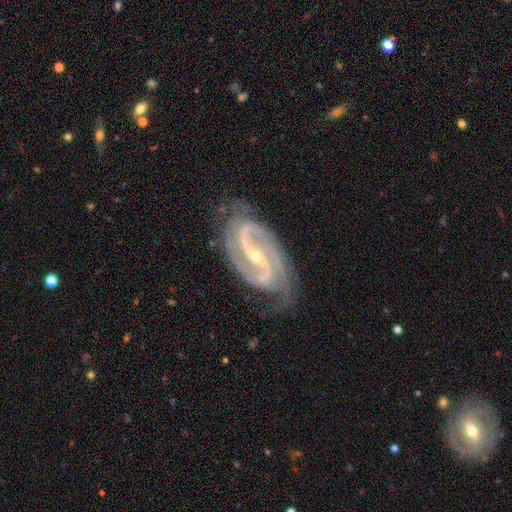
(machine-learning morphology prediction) featured or disk 93%, star or artifact 4%, smooth 2%. Down the decision tree: edge-on disk — no (97%); bar — strong (41%); spiral arms — yes (99%); spiral arm count — 2 (75%); spiral winding — medium (54%); bulge size — small (77%); merging — none (71%).